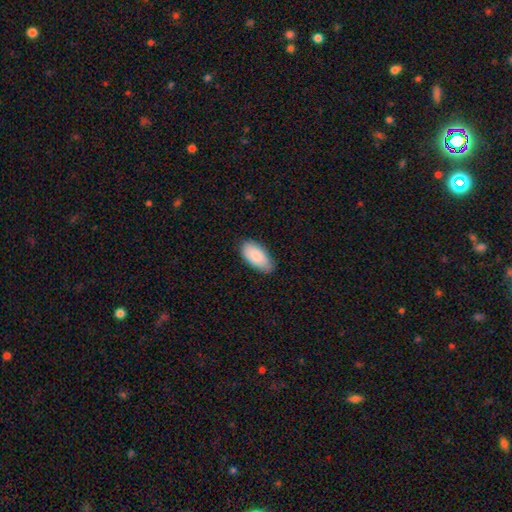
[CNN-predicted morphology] The model was most divided on "merging": none: 79%, minor disturbance: 18%, major disturbance: 2%, merger: 1%. More confident: how rounded — in between (94%); smooth or featured — smooth (86%).